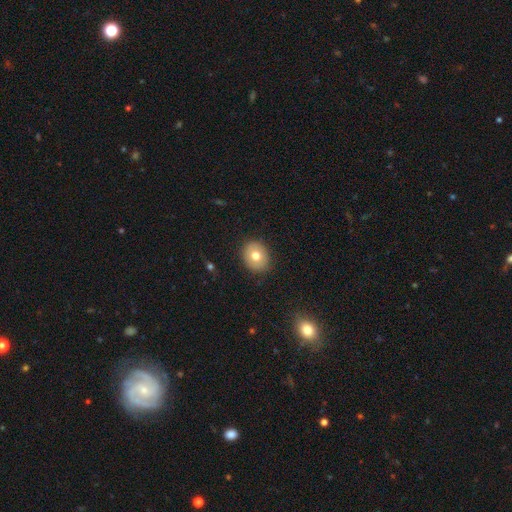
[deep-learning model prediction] smooth_or_featured: smooth (p=0.73) [alt: featured or disk p=0.18]
how_rounded: round (p=0.66) [alt: in between p=0.33]
merging: none (p=0.89) [alt: minor disturbance p=0.08]